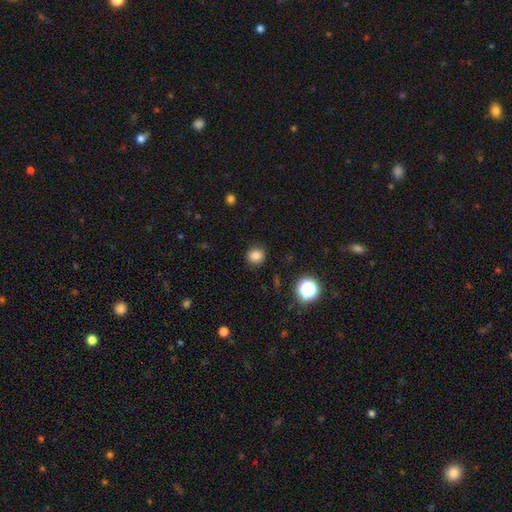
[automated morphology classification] This appears to be a smooth galaxy with no disk features (82%) that is round (87%). Merging: none (89%).